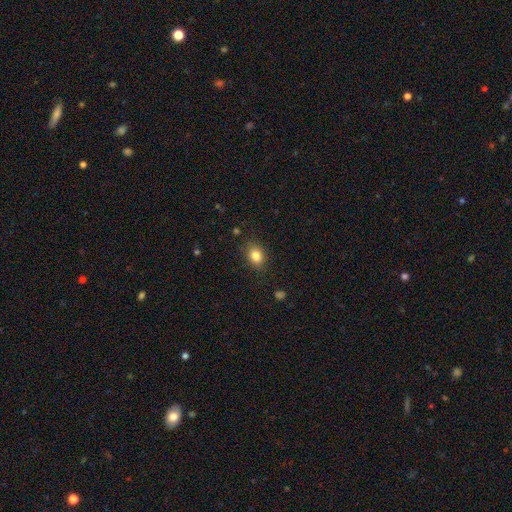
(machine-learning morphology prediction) smooth_or_featured: smooth (p=0.84) [alt: star or artifact p=0.10]
how_rounded: in between (p=0.58) [alt: round p=0.41]
merging: none (p=0.84) [alt: minor disturbance p=0.12]